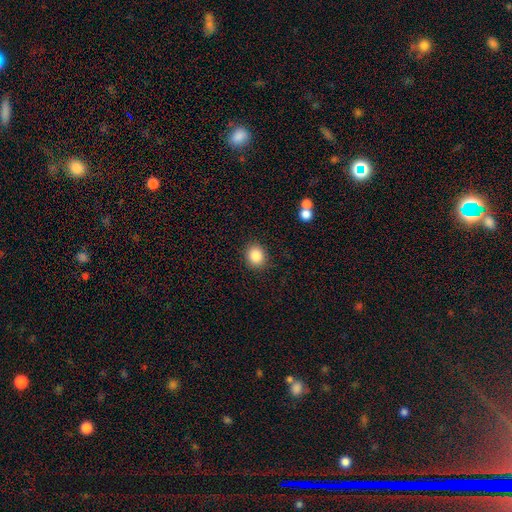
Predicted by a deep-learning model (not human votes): smooth_or_featured: smooth (p=0.85) [alt: star or artifact p=0.10]
how_rounded: round (p=0.74) [alt: in between p=0.26]
merging: none (p=0.89) [alt: minor disturbance p=0.07]